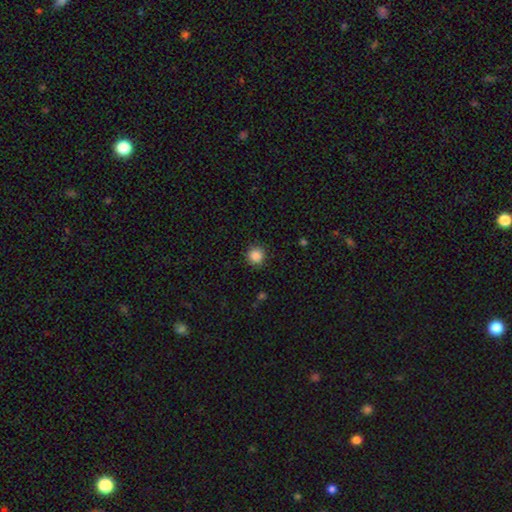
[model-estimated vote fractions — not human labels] smooth_or_featured: smooth (p=0.87) [alt: star or artifact p=0.10]
how_rounded: round (p=0.94) [alt: in between p=0.05]
merging: none (p=0.90) [alt: minor disturbance p=0.07]